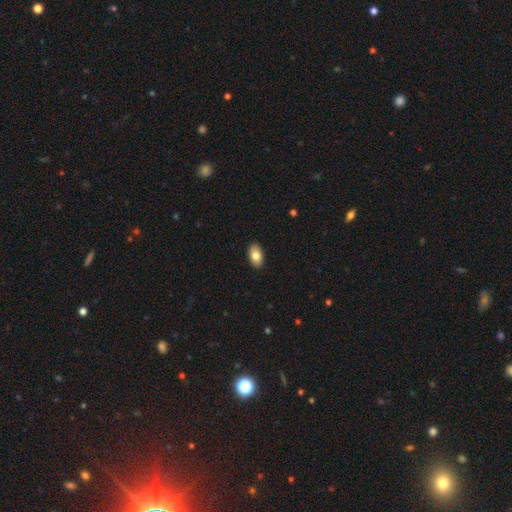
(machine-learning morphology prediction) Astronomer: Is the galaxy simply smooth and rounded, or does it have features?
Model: smooth — 82%.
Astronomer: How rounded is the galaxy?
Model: in between — 93%.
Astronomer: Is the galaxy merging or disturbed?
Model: none — 90%.